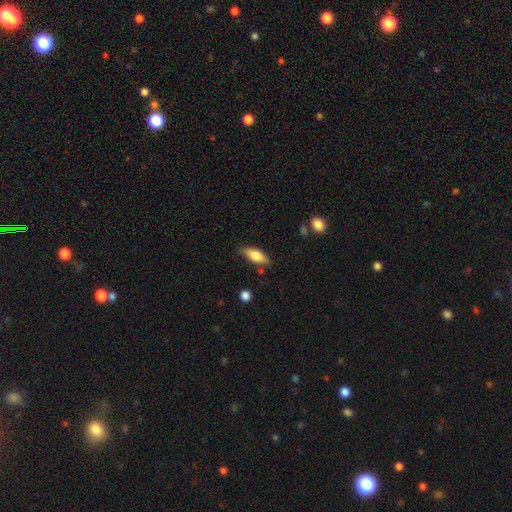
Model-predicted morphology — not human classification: smooth-or-featured: smooth: 73% | featured or disk: 20% | star or artifact: 7%
  how-rounded: in between: 71% | cigar-shaped: 27% | round: 3%
  merging: none: 77% | minor disturbance: 17% | major disturbance: 4% | merger: 2%